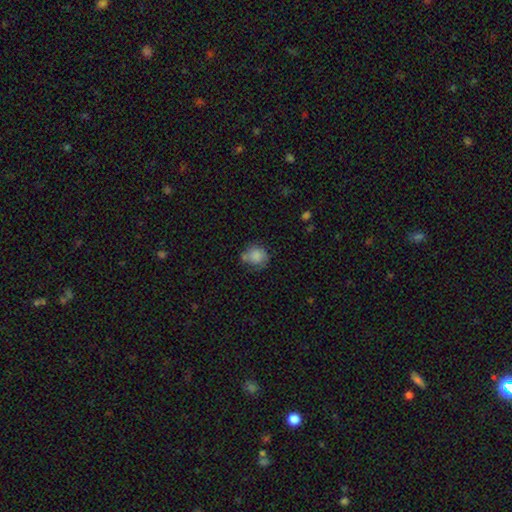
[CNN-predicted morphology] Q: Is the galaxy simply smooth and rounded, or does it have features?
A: smooth — 78%.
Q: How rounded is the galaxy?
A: round — 78%.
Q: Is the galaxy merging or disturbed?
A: none — 55%.